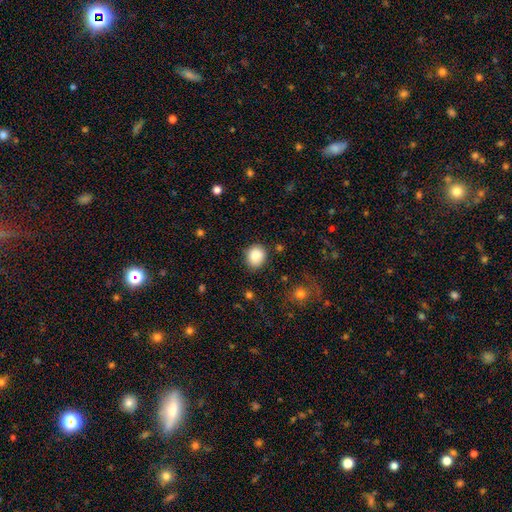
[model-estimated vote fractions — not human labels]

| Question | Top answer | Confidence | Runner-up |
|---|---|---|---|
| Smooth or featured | smooth | 87% | star or artifact (8%) |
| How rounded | round | 77% | in between (23%) |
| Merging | none | 86% | minor disturbance (10%) |